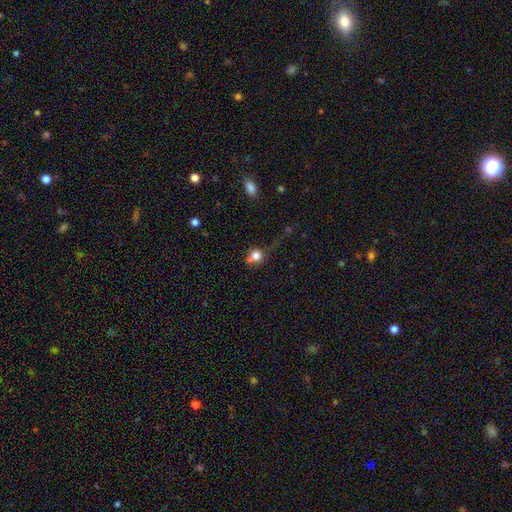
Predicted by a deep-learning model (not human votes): This is likely a smooth galaxy (76%). How rounded: likely round (74%). Merging: marginally none (44%).